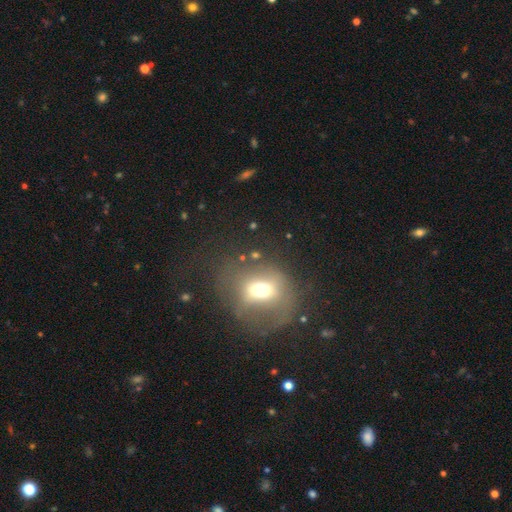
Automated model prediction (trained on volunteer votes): Morphology: type=smooth (52%); roundness=round (54%); merging=none (45%).